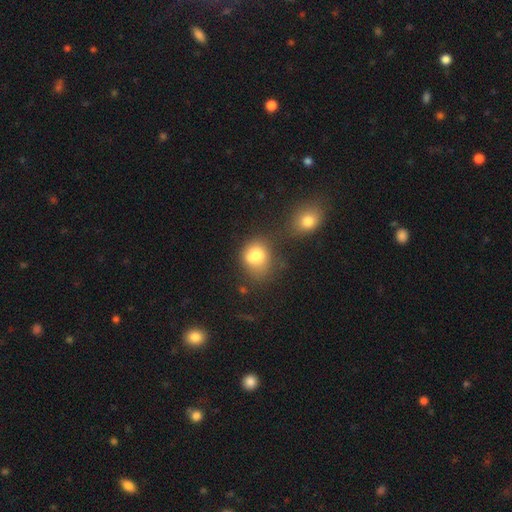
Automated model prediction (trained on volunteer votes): This appears to be a smooth galaxy with no disk features (76%) that is round (59%). Merging: none (39%).